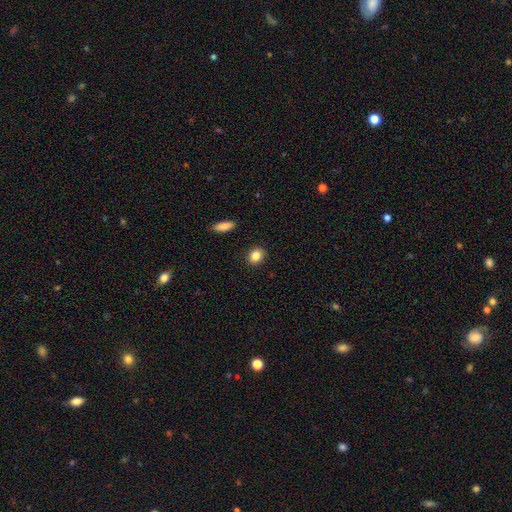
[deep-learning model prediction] This is clearly a smooth galaxy (85%). How rounded: possibly round (57%). Merging: clearly none (90%).